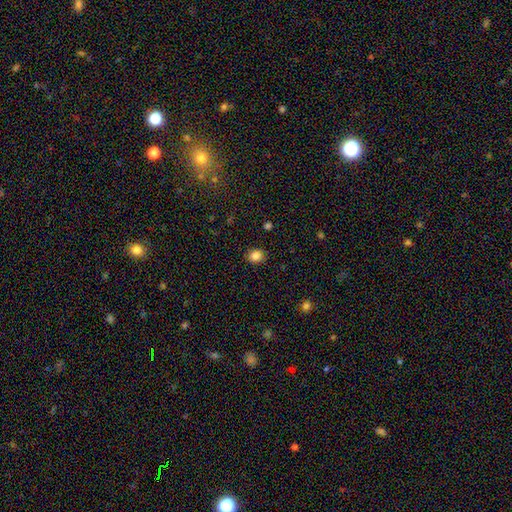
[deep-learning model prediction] Morphology: type=smooth (85%); roundness=round (63%); merging=none (87%).